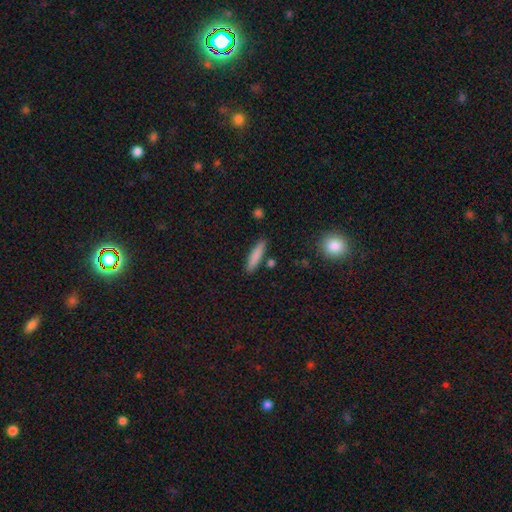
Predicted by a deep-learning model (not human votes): Smooth or featured?
  - smooth: 82% *
  - featured or disk: 11%
  - star or artifact: 7%
How rounded?
  - cigar-shaped: 82% *
  - in between: 17%
  - round: 2%
Merging?
  - none: 86% *
  - minor disturbance: 9%
  - merger: 4%
  - major disturbance: 2%